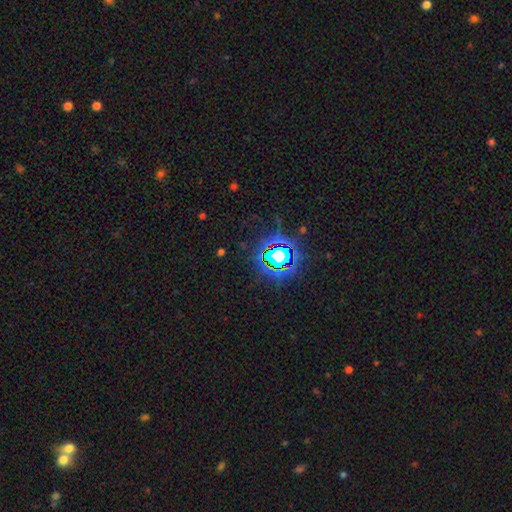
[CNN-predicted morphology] smooth-or-featured: star or artifact: 82% | smooth: 12% | featured or disk: 6%